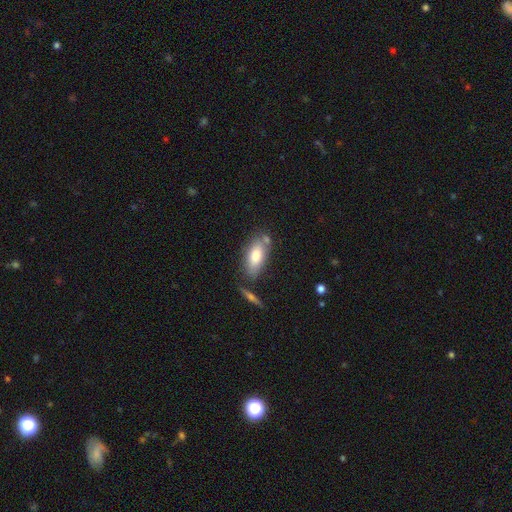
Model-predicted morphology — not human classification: Q: Smooth or featured?
A: smooth (76%); runner-up: featured or disk (17%)
Q: How rounded?
A: in between (84%); runner-up: cigar-shaped (13%)
Q: Merging?
A: none (66%); runner-up: minor disturbance (17%)